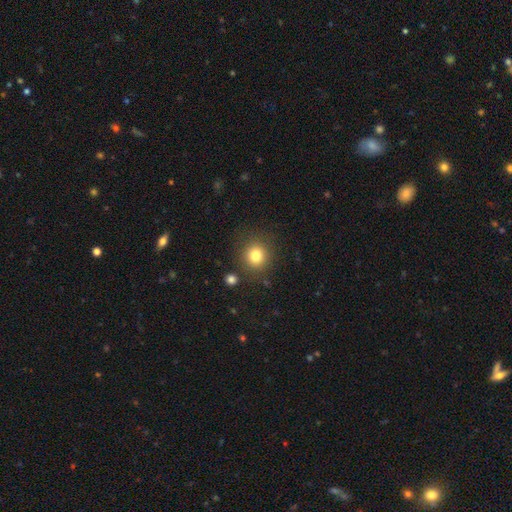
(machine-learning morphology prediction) Smooth or featured? smooth (80%)
How rounded? round (89%)
Merging? none (85%)